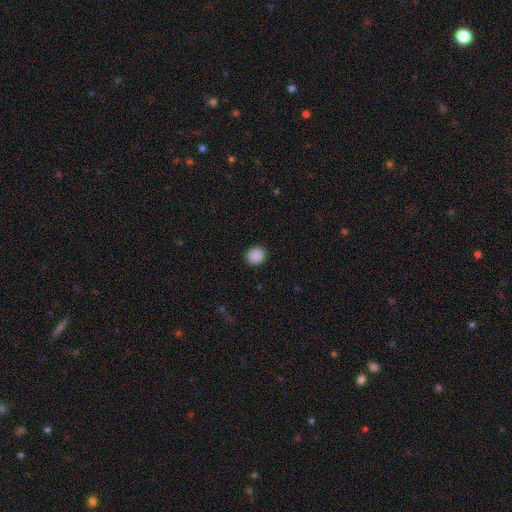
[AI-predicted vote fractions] This appears to be a smooth galaxy with no disk features (89%) that is round (75%). Merging: none (90%).